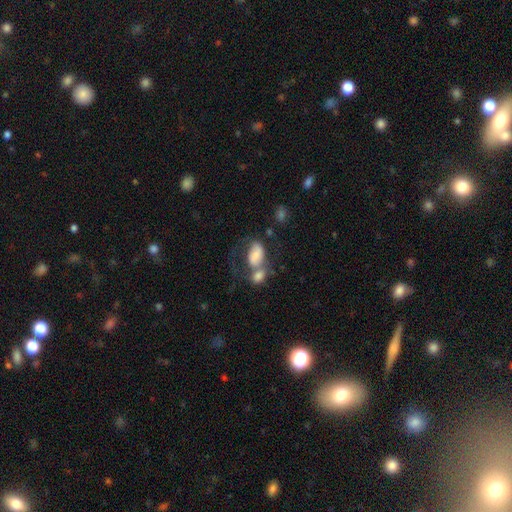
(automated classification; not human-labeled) Smooth or featured: smooth — 65% (featured or disk — 27%)
How rounded: in between — 89% (round — 9%)
Merging: merger — 60% (major disturbance — 15%)